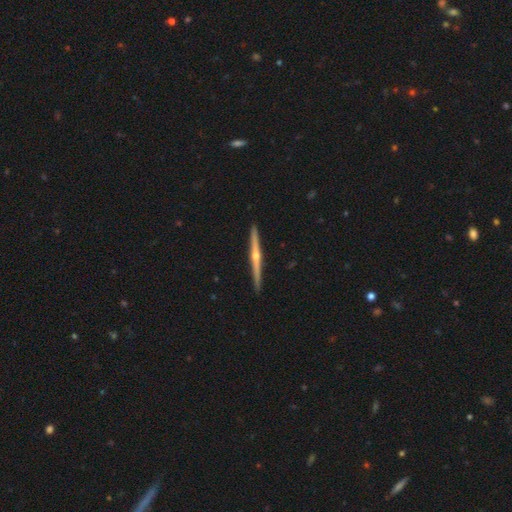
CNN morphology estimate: A featured or disk galaxy (81%) viewed edge-on (99%) with a rounded central bulge (88%).

Vote fractions:
- Smooth or featured? featured or disk: 81% / smooth: 14% / star or artifact: 5%
- Edge-on disk? yes: 99% / no: 1%
- Edge-on bulge? rounded: 88% / none: 9% / boxy: 3%
- Merging? none: 93% / minor disturbance: 5% / major disturbance: 1% / merger: 1%